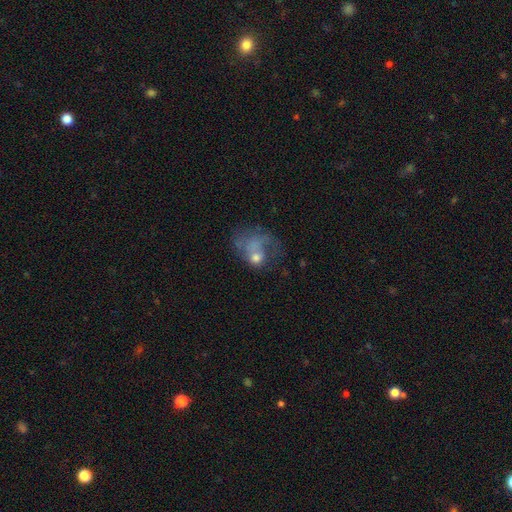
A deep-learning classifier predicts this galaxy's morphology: This appears to be a featured or disk galaxy (48%). Merging: major disturbance (48%).